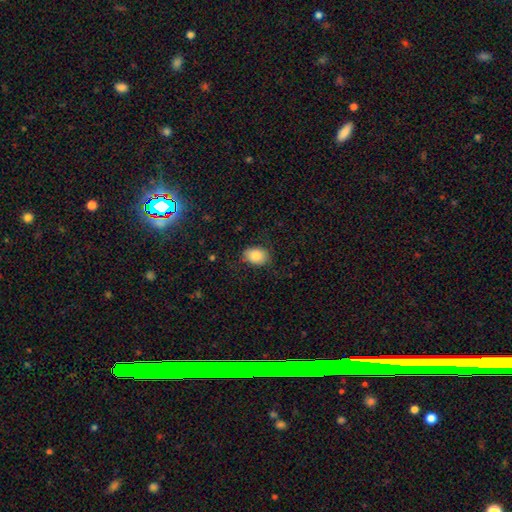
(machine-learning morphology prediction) This is clearly a smooth galaxy (83%). How rounded: likely in between (74%). Merging: likely none (80%).